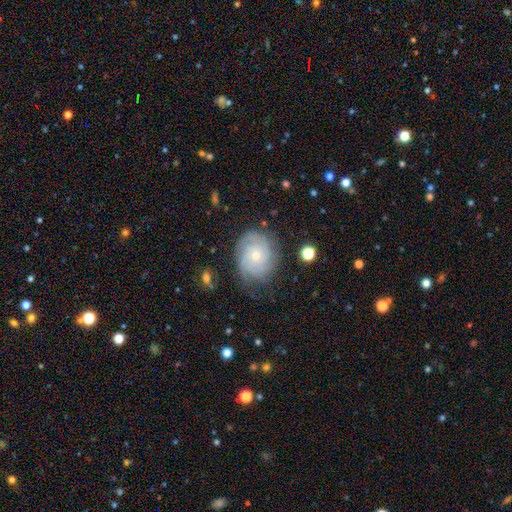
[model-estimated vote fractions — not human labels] Smooth or featured: featured or disk — 78% (smooth — 14%)
Edge-on disk: no — 98% (yes — 2%)
Bar: no — 80% (weak — 18%)
Spiral arms: yes — 96% (no — 4%)
Spiral winding: tight — 67% (medium — 26%)
Spiral arm count: can't tell — 29% (4 — 28%)
Bulge size: small — 66% (moderate — 31%)
Merging: none — 75% (minor disturbance — 18%)